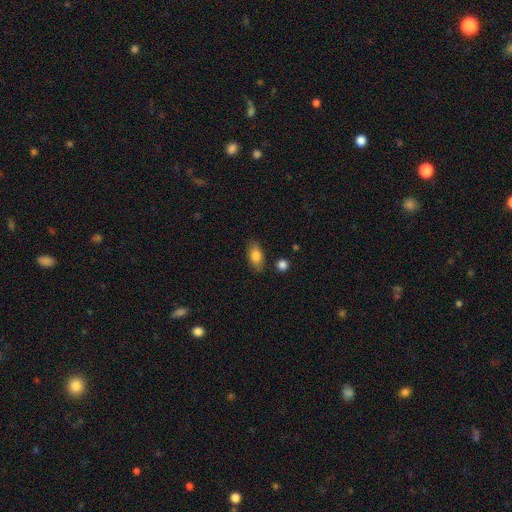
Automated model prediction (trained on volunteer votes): A smooth galaxy with no disk features (81%) that is in between round and cigar-shaped (86%).

Vote fractions:
- Smooth or featured? smooth: 81% / featured or disk: 11% / star or artifact: 8%
- How rounded? in between: 86% / cigar-shaped: 7% / round: 6%
- Merging? none: 81% / minor disturbance: 13% / major disturbance: 3% / merger: 3%